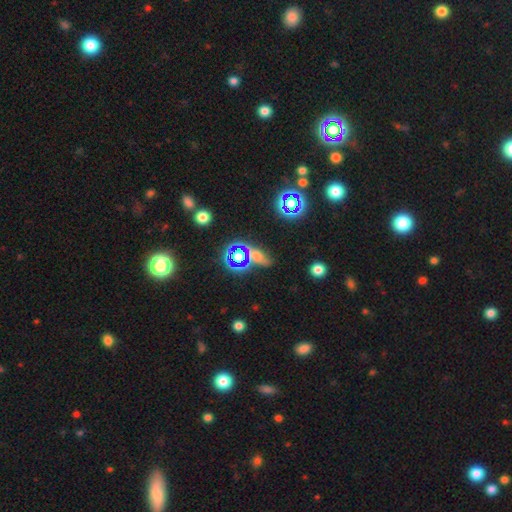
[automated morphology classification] smooth_or_featured: star or artifact (p=0.45) [alt: smooth p=0.34]